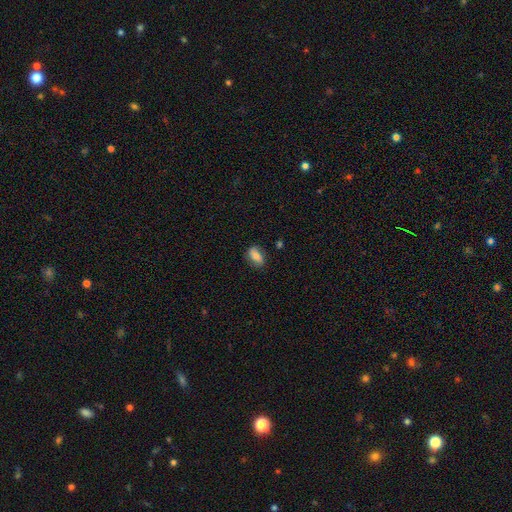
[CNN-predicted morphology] Smooth or featured? Predicted: smooth (p=0.67). How rounded? Predicted: in between (p=0.84). Merging? Predicted: none (p=0.78).